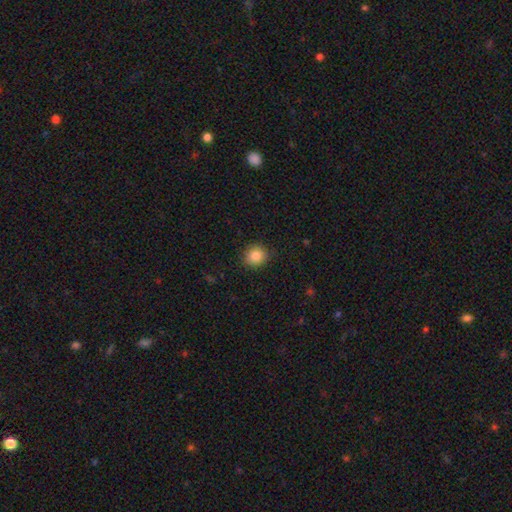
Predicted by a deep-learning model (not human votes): Smooth or featured: smooth — 85% (star or artifact — 10%)
How rounded: round — 80% (in between — 19%)
Merging: none — 89% (minor disturbance — 8%)